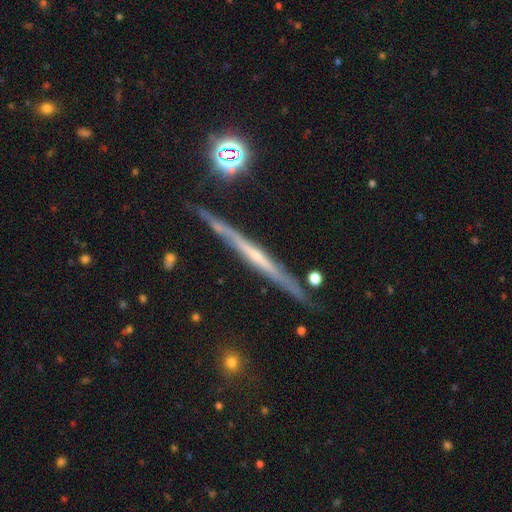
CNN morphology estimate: smooth-or-featured: featured or disk: 71% | smooth: 19% | star or artifact: 9%
  disk-edge-on: yes: 97% | no: 3%
    edge-on-bulge: none: 71% | rounded: 22% | boxy: 7%
  merging: none: 85% | minor disturbance: 11% | merger: 2% | major disturbance: 2%